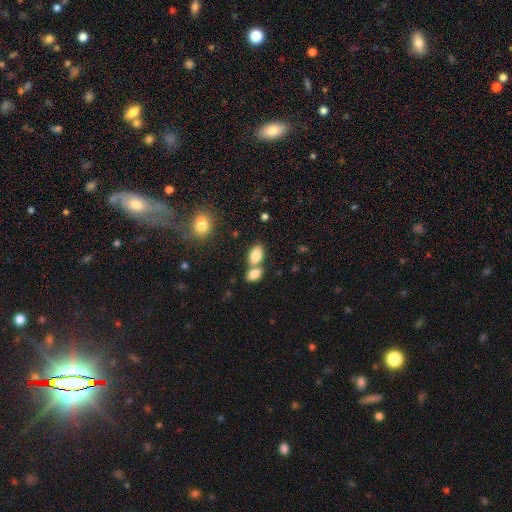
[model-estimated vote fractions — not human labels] This is clearly a smooth galaxy (84%). How rounded: clearly in between (89%). Merging: possibly merger (46%).